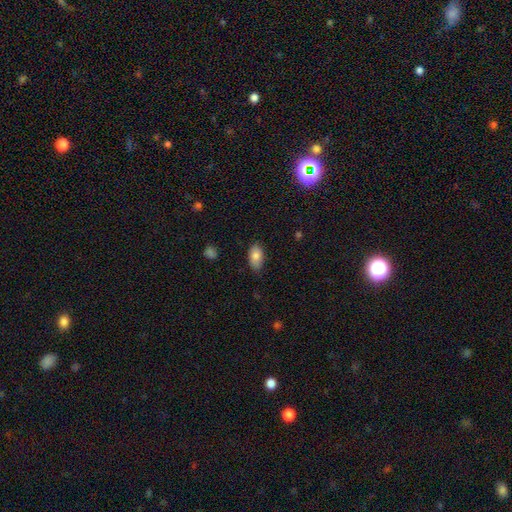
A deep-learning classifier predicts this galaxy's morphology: A smooth galaxy with no disk features (82%) that is in between round and cigar-shaped (93%). Merging: none (76%).